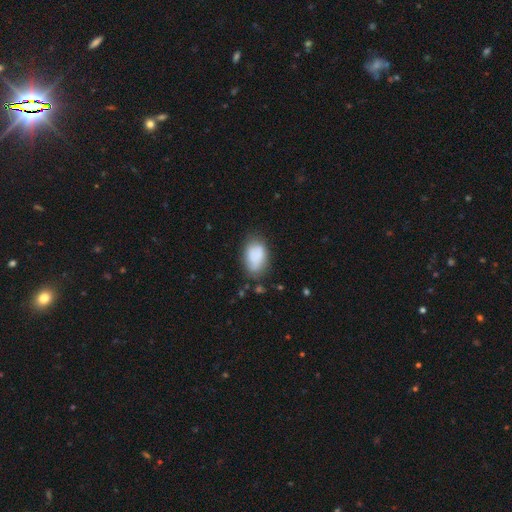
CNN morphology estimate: smooth-or-featured: smooth: 80% | featured or disk: 12% | star or artifact: 8%
  how-rounded: in between: 88% | round: 11% | cigar-shaped: 1%
  merging: none: 59% | minor disturbance: 27% | major disturbance: 10% | merger: 5%